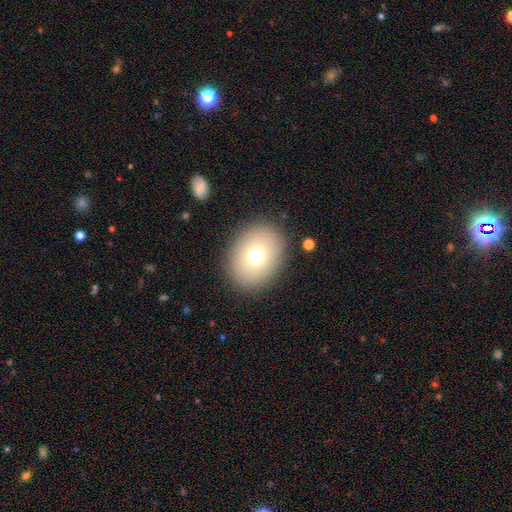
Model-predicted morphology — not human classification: Smooth or featured?
  - smooth: 72% *
  - featured or disk: 16%
  - star or artifact: 12%
How rounded?
  - in between: 54% *
  - round: 45%
  - cigar-shaped: 1%
Merging?
  - none: 87% *
  - minor disturbance: 8%
  - major disturbance: 4%
  - merger: 2%